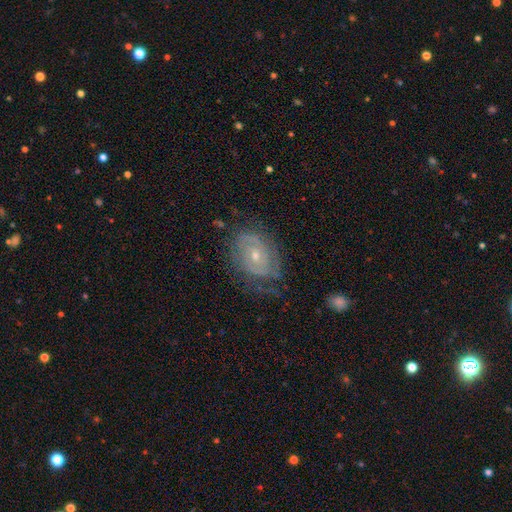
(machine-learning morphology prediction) Smooth or featured? featured or disk (79%)
Edge-on disk? no (96%)
Bar? no (70%)
Spiral arms? yes (87%)
Spiral winding? tight (63%)
Spiral arm count? 2 (46%)
Bulge size? small (55%)
Merging? none (63%)